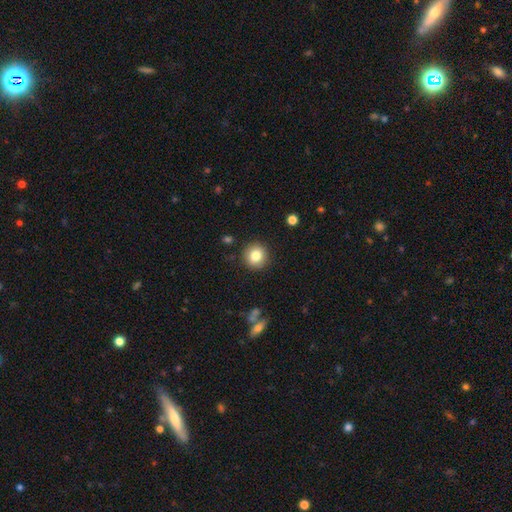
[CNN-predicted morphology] Overall: smooth (83%). How rounded: round (92%). Merging: none (90%).